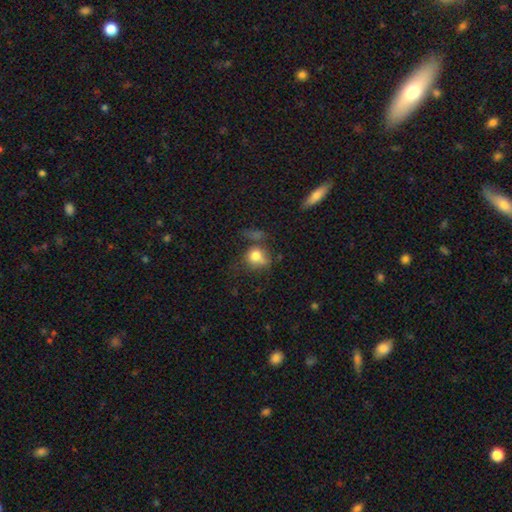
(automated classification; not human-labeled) This appears to be a smooth galaxy with no disk features (74%) that is round (64%). Merging: none (44%).